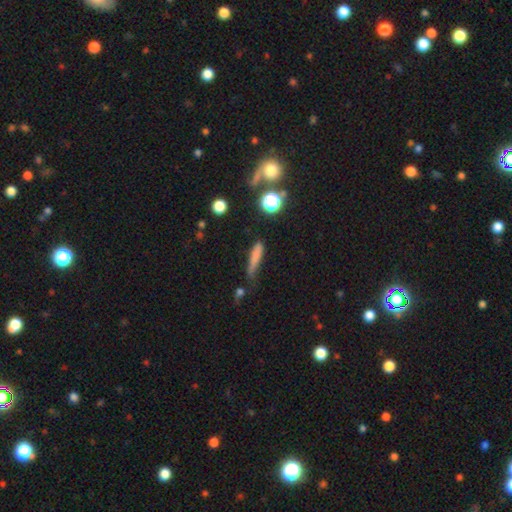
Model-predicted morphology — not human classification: A smooth galaxy with no disk features (73%) that is cigar-shaped (79%). Merging: none (50%).